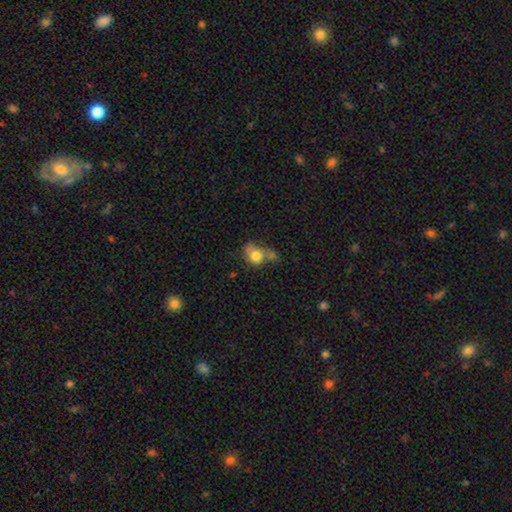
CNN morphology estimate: Smooth or featured? smooth (75%)
How rounded? round (67%)
Merging? merger (37%)